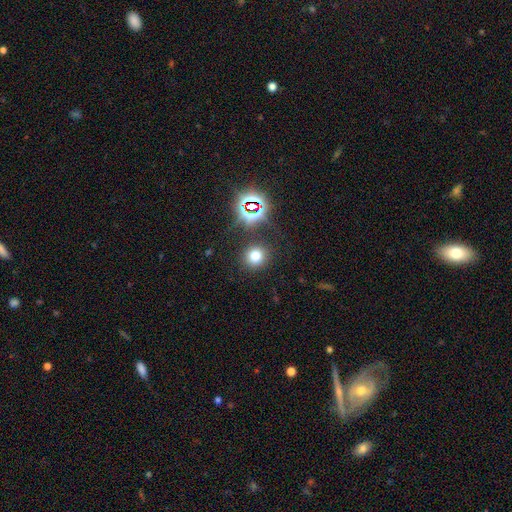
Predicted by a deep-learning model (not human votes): Q: Smooth or featured?
A: smooth (69%); runner-up: star or artifact (24%)
Q: How rounded?
A: round (86%); runner-up: in between (13%)
Q: Merging?
A: none (86%); runner-up: minor disturbance (8%)